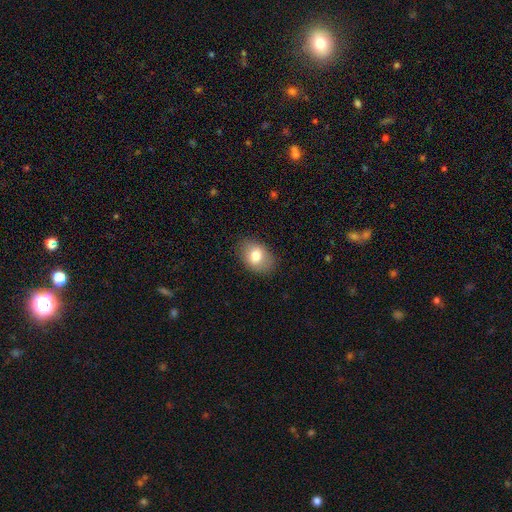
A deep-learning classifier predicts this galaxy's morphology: type=smooth (77%); roundness=in between (77%); merging=none (84%).